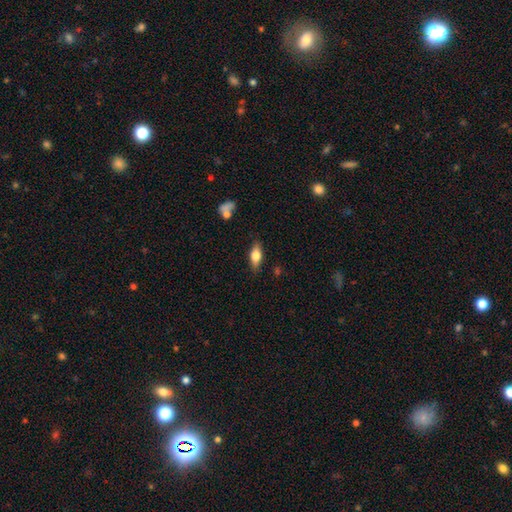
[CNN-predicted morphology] Smooth or featured?
  - smooth: 58% *
  - featured or disk: 35%
  - star or artifact: 8%
How rounded?
  - in between: 70% *
  - cigar-shaped: 25%
  - round: 4%
Merging?
  - none: 83% *
  - minor disturbance: 12%
  - major disturbance: 3%
  - merger: 2%